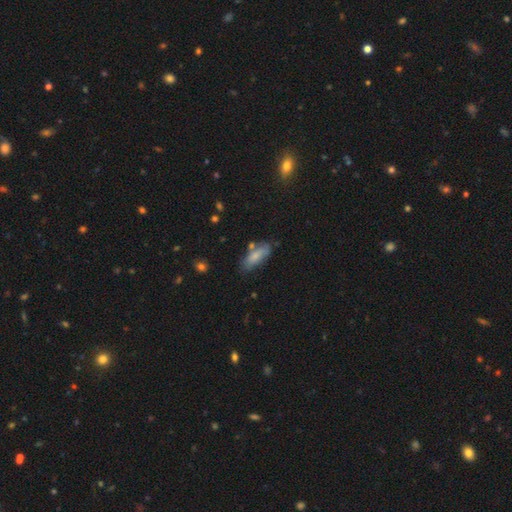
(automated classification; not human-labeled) Smooth or featured? Predicted: smooth (p=0.76). How rounded? Predicted: in between (p=0.71). Merging? Predicted: none (p=0.64).